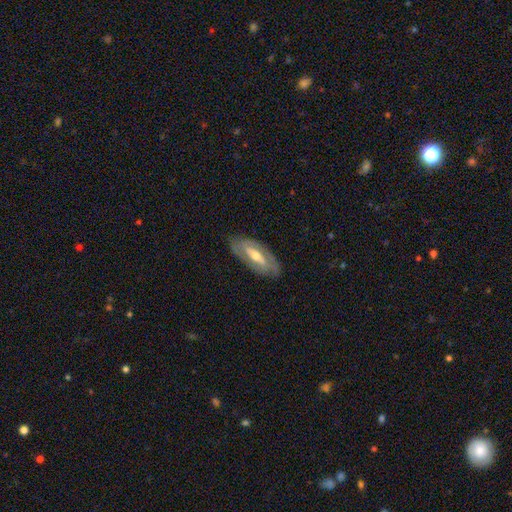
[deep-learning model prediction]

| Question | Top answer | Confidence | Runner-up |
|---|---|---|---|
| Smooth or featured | featured or disk | 71% | smooth (24%) |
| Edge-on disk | no | 82% | yes (18%) |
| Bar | strong | 43% | weak (34%) |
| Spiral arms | yes | 58% | no (42%) |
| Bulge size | moderate | 62% | small (31%) |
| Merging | none | 83% | minor disturbance (12%) |